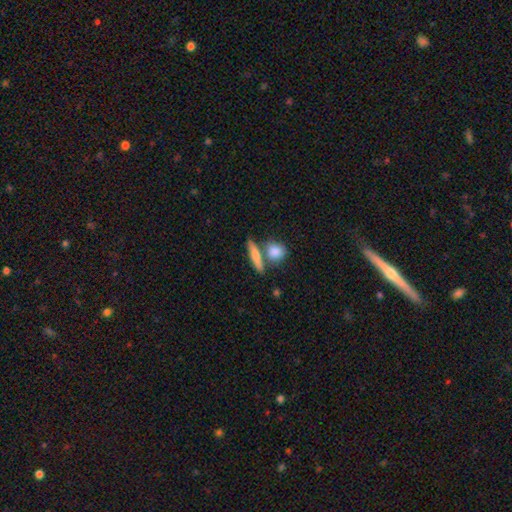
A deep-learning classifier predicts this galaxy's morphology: A smooth galaxy with no disk features (71%) that is cigar-shaped (65%). Merging: none (63%).